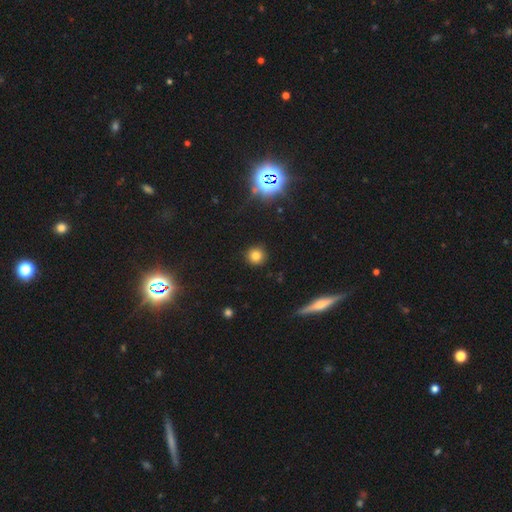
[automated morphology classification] A smooth galaxy with no disk features (77%) that is round (93%). Merging: none (91%).